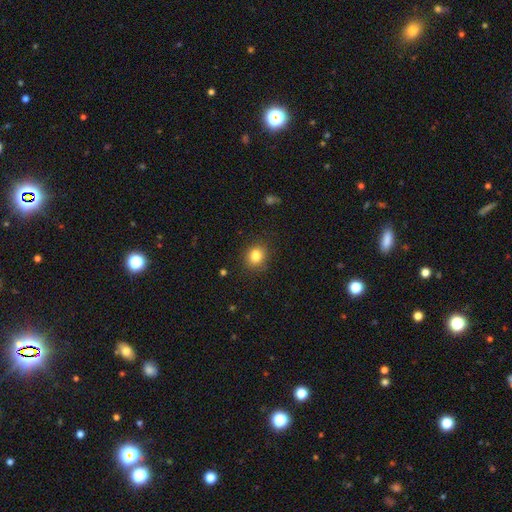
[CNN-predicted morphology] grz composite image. It shows a smooth galaxy with no disk features (84%) that is round (67%). Merging: none (85%).